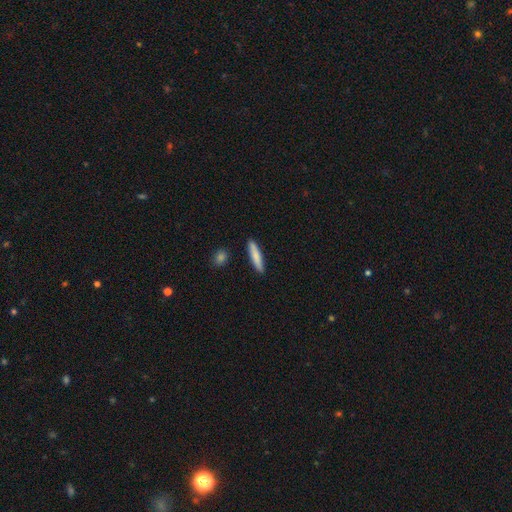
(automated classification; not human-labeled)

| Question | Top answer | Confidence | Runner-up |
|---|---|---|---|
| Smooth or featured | smooth | 81% | featured or disk (13%) |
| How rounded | cigar-shaped | 85% | in between (14%) |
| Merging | none | 90% | minor disturbance (7%) |